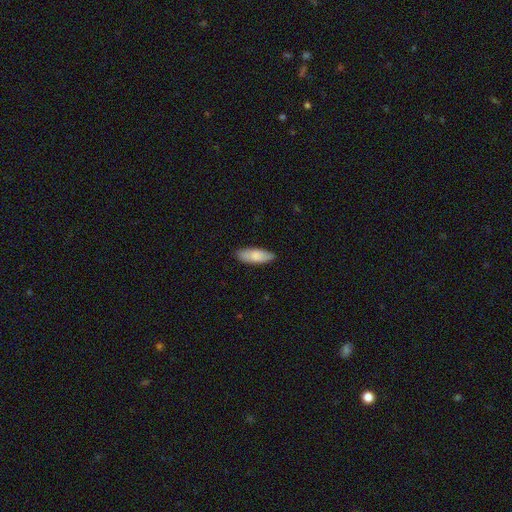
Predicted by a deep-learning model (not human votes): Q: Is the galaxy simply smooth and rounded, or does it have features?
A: smooth — 82%.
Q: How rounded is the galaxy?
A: in between — 69%.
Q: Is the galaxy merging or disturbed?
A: none — 85%.